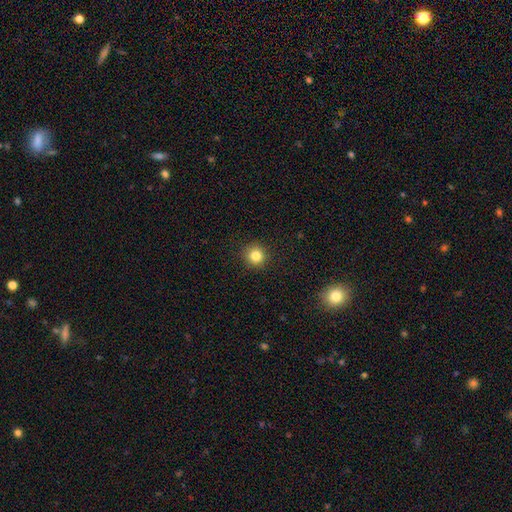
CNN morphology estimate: Overall: smooth (83%). How rounded: round (93%). Merging: none (91%).